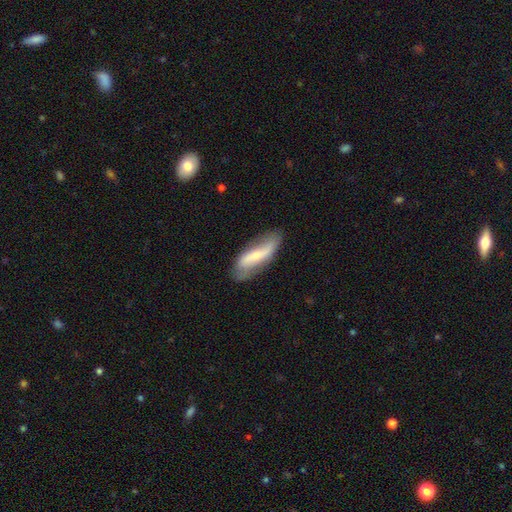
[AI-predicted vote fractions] Smooth or featured? featured or disk (60%)
Edge-on disk? no (81%)
Merging? none (69%)